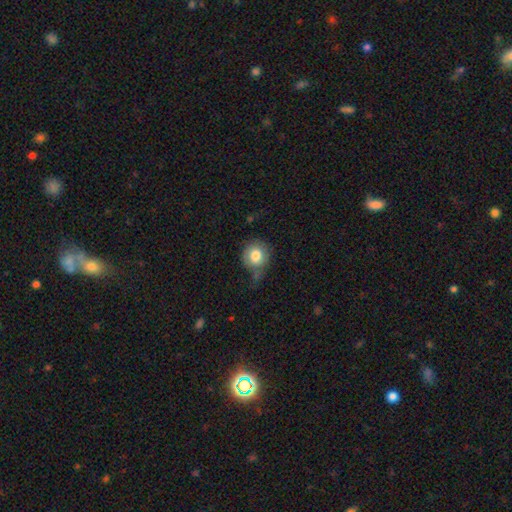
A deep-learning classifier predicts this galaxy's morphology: Smooth or featured: smooth — 79% (featured or disk — 13%)
How rounded: round — 82% (in between — 17%)
Merging: none — 50% (minor disturbance — 31%)